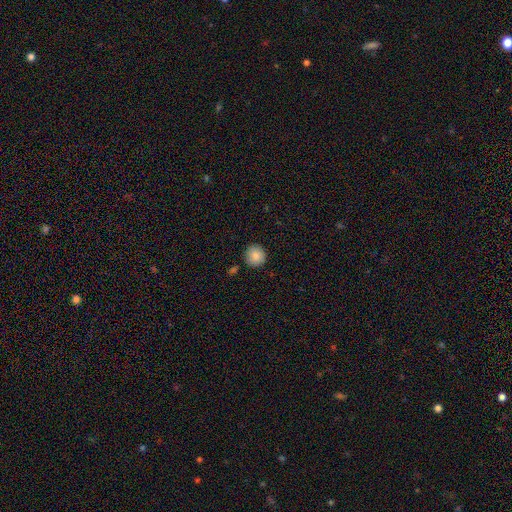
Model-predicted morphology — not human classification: A smooth galaxy with no disk features (86%) that is round (94%).

Vote fractions:
- Smooth or featured? smooth: 86% / star or artifact: 8% / featured or disk: 6%
- How rounded? round: 94% / in between: 5% / cigar-shaped: 1%
- Merging? none: 87% / minor disturbance: 9% / merger: 3% / major disturbance: 2%